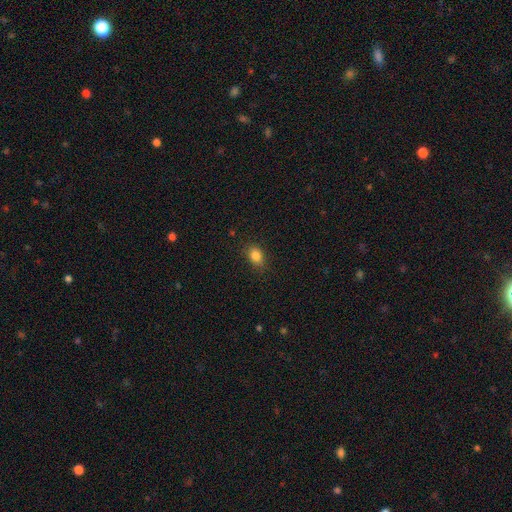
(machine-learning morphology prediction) Smooth or featured?
  - smooth: 85% *
  - star or artifact: 10%
  - featured or disk: 5%
How rounded?
  - in between: 70% *
  - round: 28%
  - cigar-shaped: 2%
Merging?
  - none: 83% *
  - minor disturbance: 13%
  - major disturbance: 3%
  - merger: 1%